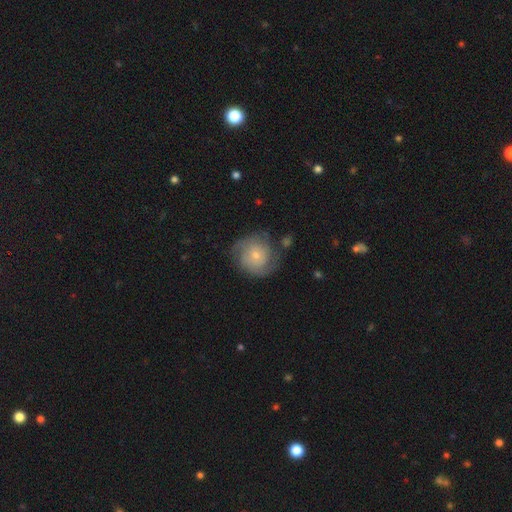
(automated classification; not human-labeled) The model was most divided on "smooth or featured": featured or disk: 60%, smooth: 34%, star or artifact: 7%. More confident: edge-on disk — no (98%); spiral arms — yes (83%); bar — no (79%); merging — none (68%); bulge size — small (68%).